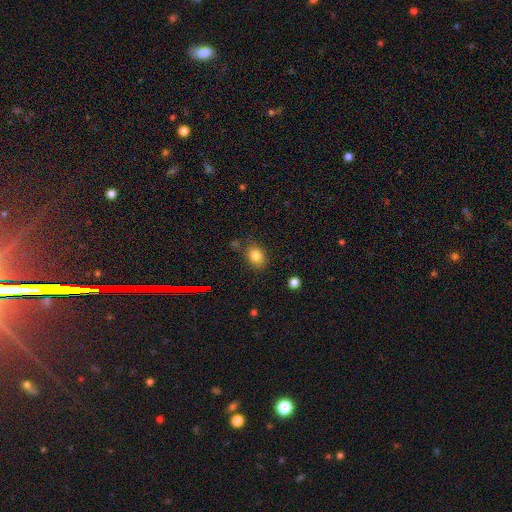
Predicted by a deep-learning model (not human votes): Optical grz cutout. It shows a smooth galaxy with no disk features (81%) that is in between round and cigar-shaped (60%). Merging: none (79%).